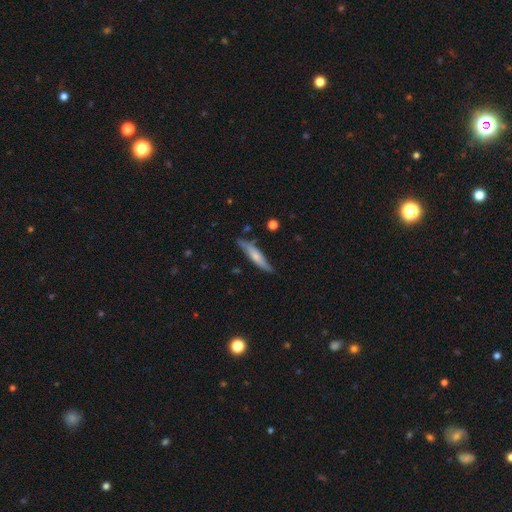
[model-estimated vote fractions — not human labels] Q: Smooth or featured?
A: smooth (58%); runner-up: featured or disk (36%)
Q: How rounded?
A: cigar-shaped (87%); runner-up: in between (12%)
Q: Merging?
A: none (77%); runner-up: minor disturbance (17%)